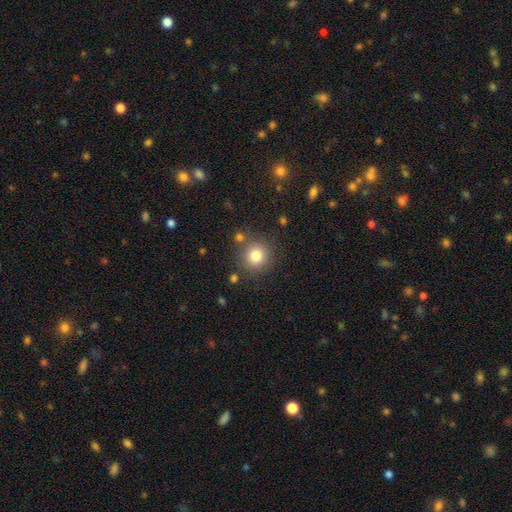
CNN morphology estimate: type=smooth (80%); roundness=round (93%); merging=none (81%).